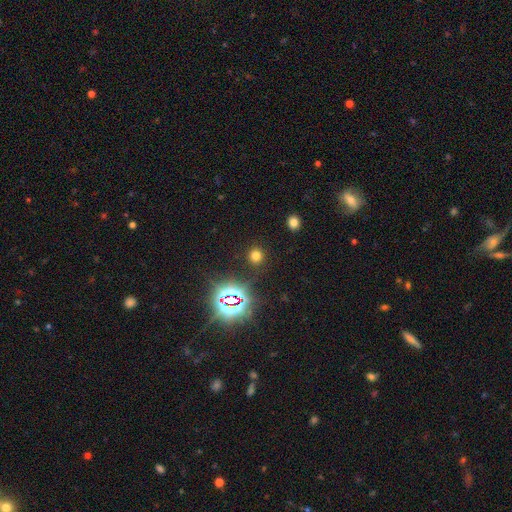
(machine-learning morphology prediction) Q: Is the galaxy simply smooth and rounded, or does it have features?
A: smooth — 66%.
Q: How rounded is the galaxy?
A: round — 90%.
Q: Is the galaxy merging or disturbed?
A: none — 88%.